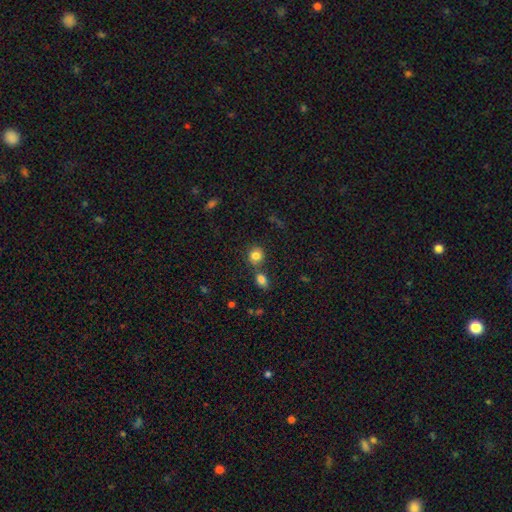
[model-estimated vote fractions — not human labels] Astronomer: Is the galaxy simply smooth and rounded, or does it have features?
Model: smooth — 81%.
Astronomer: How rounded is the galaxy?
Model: round — 78%.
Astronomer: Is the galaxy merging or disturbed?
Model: none — 60%.